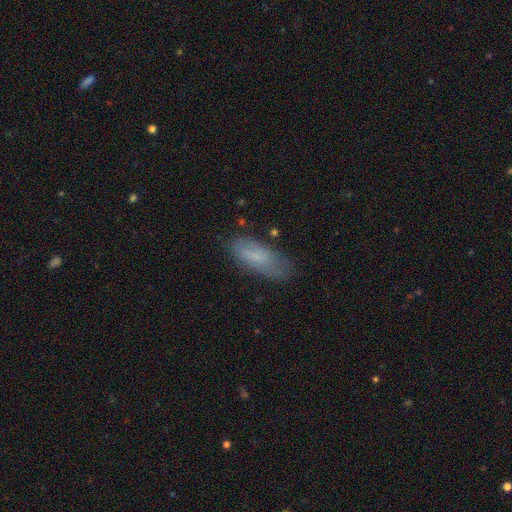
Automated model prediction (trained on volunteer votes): Q: Smooth or featured?
A: smooth (70%); runner-up: featured or disk (22%)
Q: How rounded?
A: in between (71%); runner-up: cigar-shaped (27%)
Q: Merging?
A: none (68%); runner-up: minor disturbance (23%)